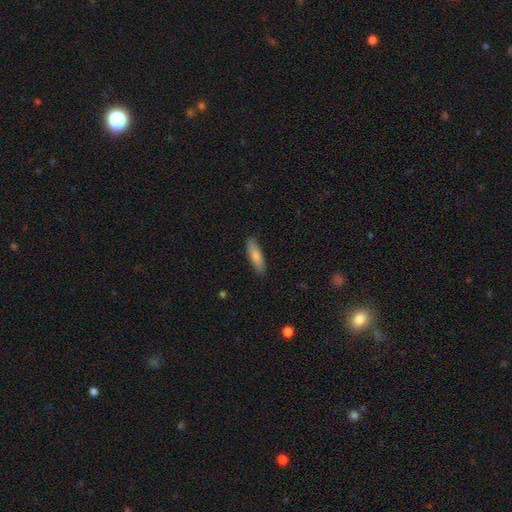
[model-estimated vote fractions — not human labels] The model was most divided on "how rounded": cigar-shaped: 61%, in between: 37%, round: 2%. More confident: merging — none (88%); smooth or featured — smooth (81%).